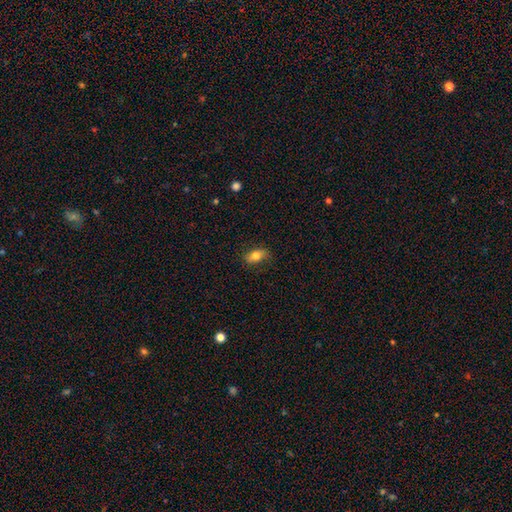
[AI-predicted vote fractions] A smooth galaxy with no disk features (78%) that is in between round and cigar-shaped (84%). Merging: none (82%).